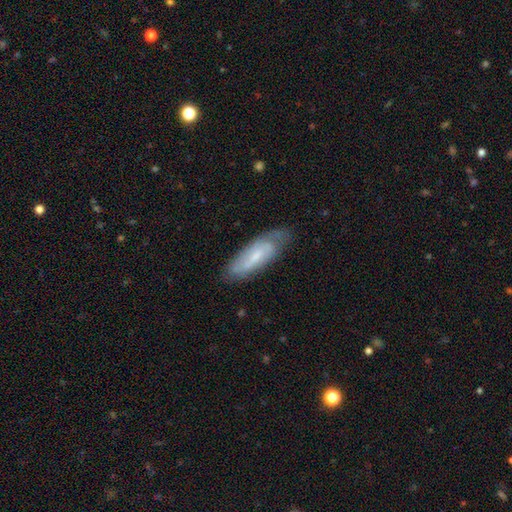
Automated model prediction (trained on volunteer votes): This is possibly a featured or disk galaxy (52%). It is likely not viewed edge-on (78%). Merging: likely none (68%).